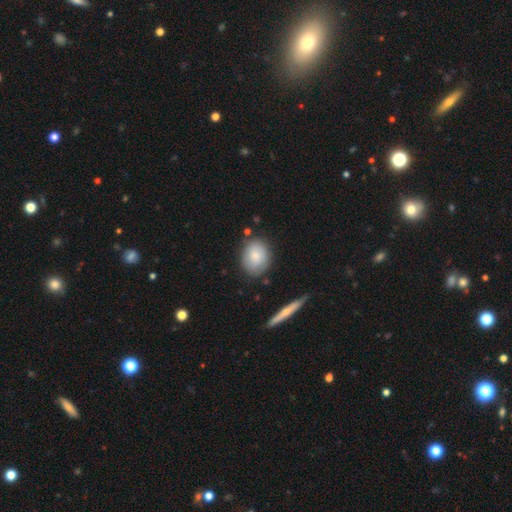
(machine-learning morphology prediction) A smooth galaxy with no disk features (78%) that is round (52%). Merging: none (76%).